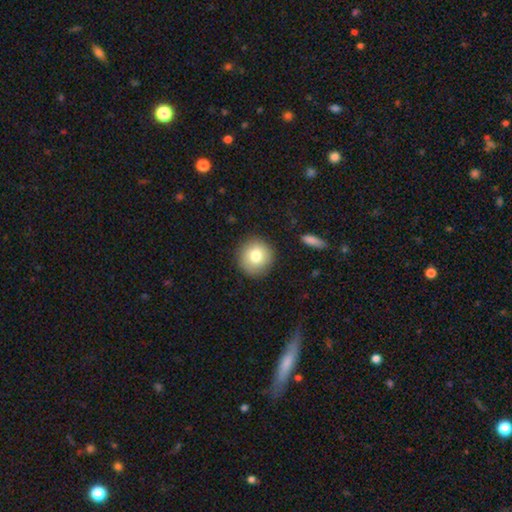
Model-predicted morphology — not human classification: Smooth or featured? Predicted: smooth (p=0.79). How rounded? Predicted: round (p=0.92). Merging? Predicted: none (p=0.89).